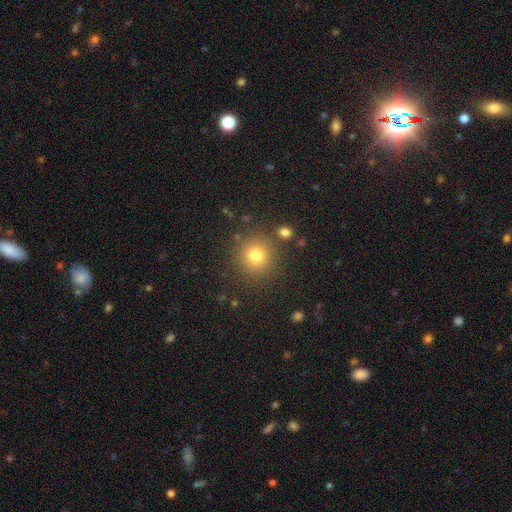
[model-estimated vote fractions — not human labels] This is likely a smooth galaxy (77%). How rounded: clearly round (92%). Merging: clearly none (85%).